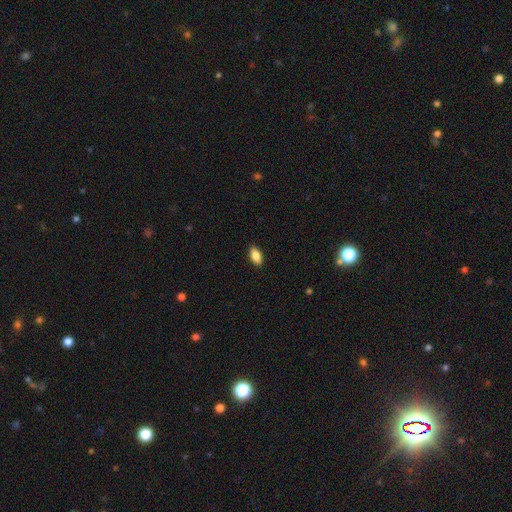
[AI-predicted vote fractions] This appears to be a smooth galaxy with no disk features (86%) that is in between round and cigar-shaped (91%). Merging: none (88%).